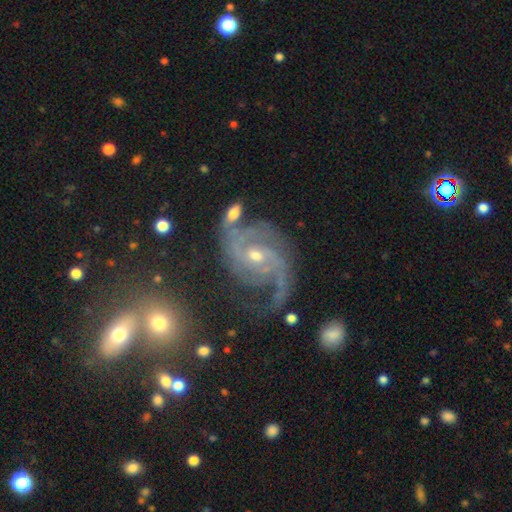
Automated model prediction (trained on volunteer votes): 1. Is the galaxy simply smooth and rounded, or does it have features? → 90% featured or disk, 6% star or artifact, 4% smooth.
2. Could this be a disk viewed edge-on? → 98% no, 2% yes.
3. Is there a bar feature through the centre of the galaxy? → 47% no, 40% weak, 13% strong.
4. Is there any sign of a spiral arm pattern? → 98% yes, 2% no.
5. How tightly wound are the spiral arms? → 49% medium, 32% tight, 19% loose.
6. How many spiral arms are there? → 58% 2, 16% 3, 11% can't tell, 6% 1, 5% 4, 5% more than 4.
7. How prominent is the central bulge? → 51% small, 46% moderate, 2% large, 1% none, 1% dominant.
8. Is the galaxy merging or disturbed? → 53% none, 21% minor disturbance, 19% major disturbance, 8% merger.